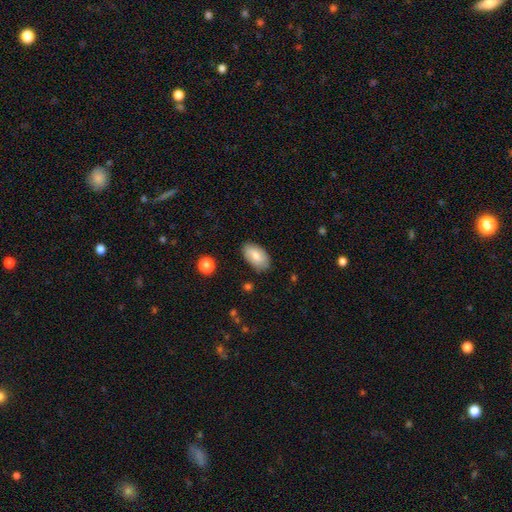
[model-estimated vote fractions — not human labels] Overall: smooth (75%). How rounded: in between (94%). Merging: none (79%).